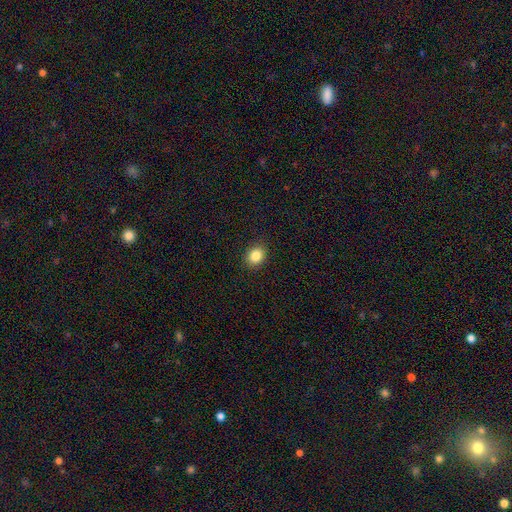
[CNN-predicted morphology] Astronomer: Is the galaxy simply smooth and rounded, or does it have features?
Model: smooth — 85%.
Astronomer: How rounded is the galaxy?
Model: round — 53% (runner-up: in between, 46%).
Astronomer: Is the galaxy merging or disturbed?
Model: none — 89%.